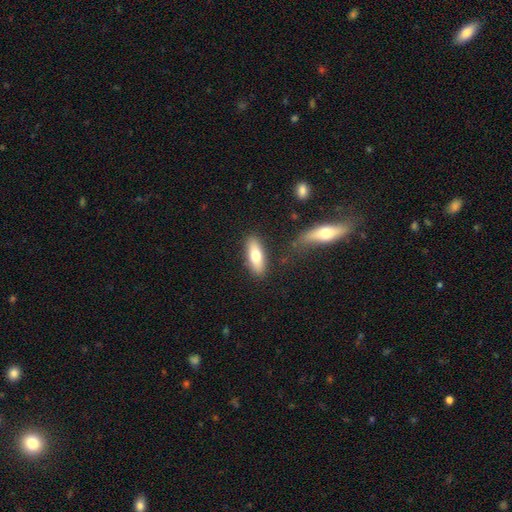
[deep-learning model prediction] Q: Smooth or featured?
A: smooth (70%); runner-up: featured or disk (24%)
Q: How rounded?
A: in between (64%); runner-up: cigar-shaped (34%)
Q: Merging?
A: none (82%); runner-up: minor disturbance (11%)